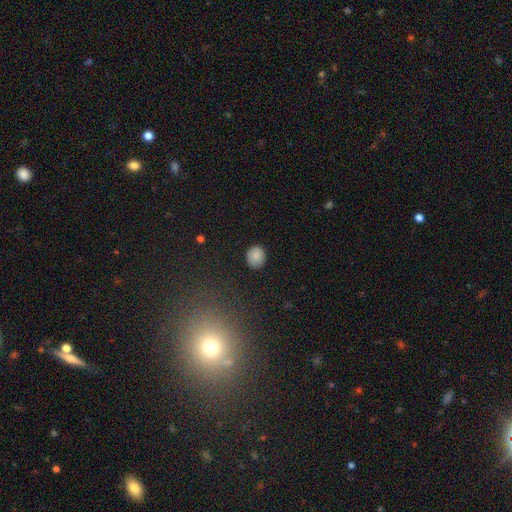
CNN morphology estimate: Q: Smooth or featured?
A: smooth (85%); runner-up: star or artifact (9%)
Q: How rounded?
A: round (80%); runner-up: in between (19%)
Q: Merging?
A: none (86%); runner-up: minor disturbance (10%)